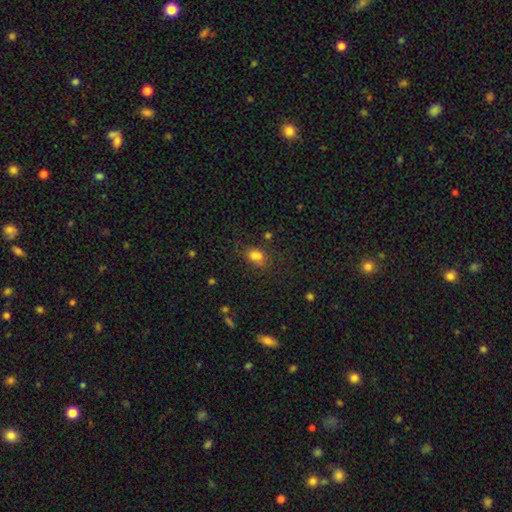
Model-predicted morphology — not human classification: smooth-or-featured: smooth: 78% | star or artifact: 14% | featured or disk: 8%
  how-rounded: in between: 78% | round: 20% | cigar-shaped: 2%
  merging: none: 61% | minor disturbance: 21% | merger: 9% | major disturbance: 9%